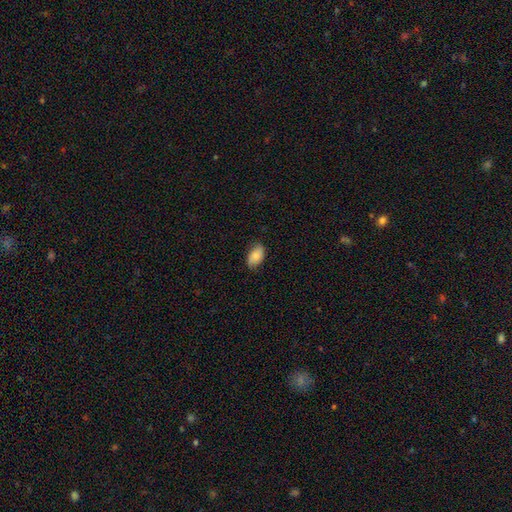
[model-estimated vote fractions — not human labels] This is likely a smooth galaxy (76%). How rounded: clearly in between (92%). Merging: likely none (76%).